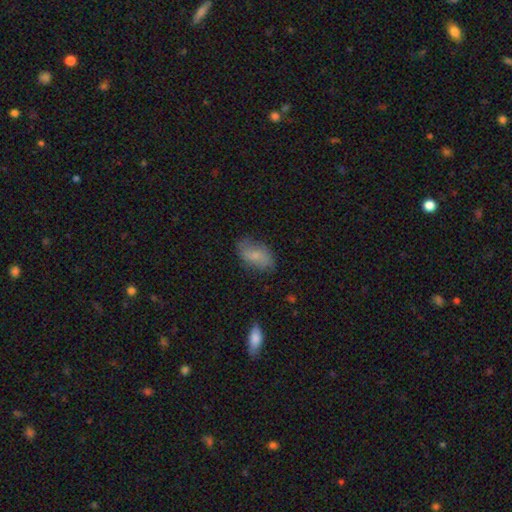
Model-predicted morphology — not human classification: This is likely a smooth galaxy (70%). How rounded: clearly in between (91%). Merging: likely none (68%).